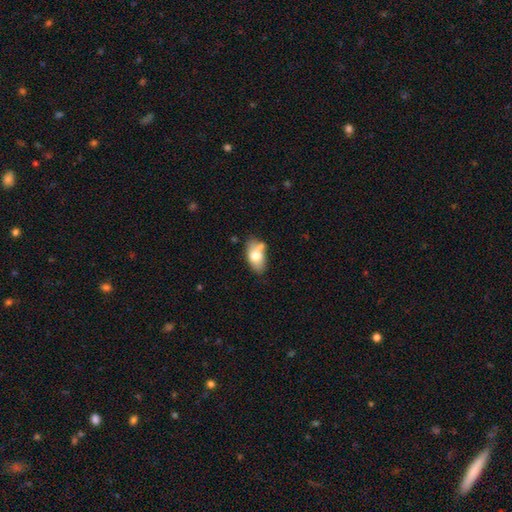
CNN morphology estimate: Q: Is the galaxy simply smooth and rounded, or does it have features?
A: smooth — 69%.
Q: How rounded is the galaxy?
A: in between — 90%.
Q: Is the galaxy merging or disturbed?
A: none — 53%.